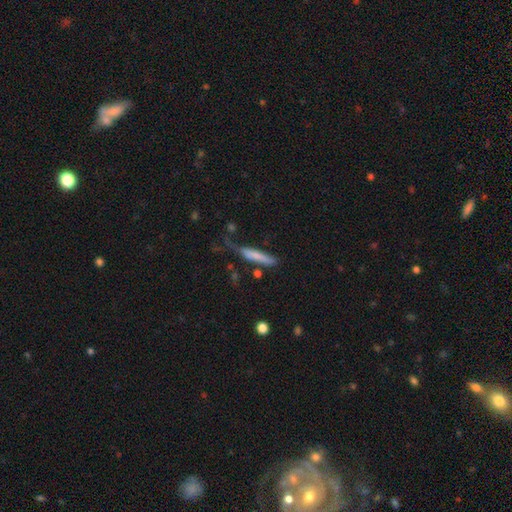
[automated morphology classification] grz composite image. It shows a smooth galaxy with no disk features (69%) that is cigar-shaped (87%). Merging: none (48%).